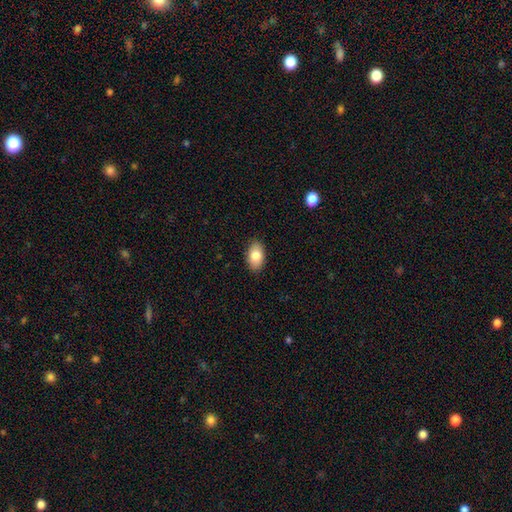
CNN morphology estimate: Q: Smooth or featured?
A: smooth (83%); runner-up: featured or disk (10%)
Q: How rounded?
A: in between (92%); runner-up: round (6%)
Q: Merging?
A: none (88%); runner-up: minor disturbance (9%)